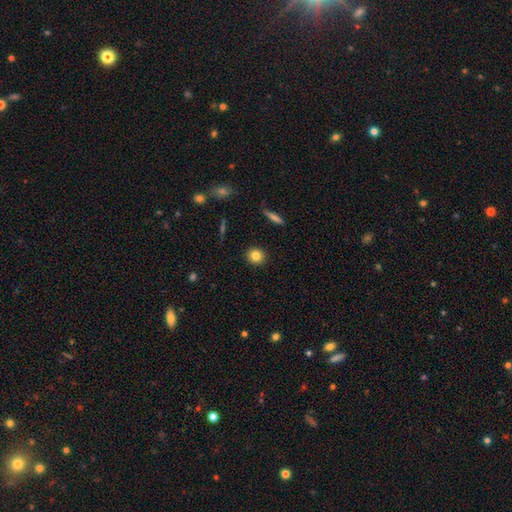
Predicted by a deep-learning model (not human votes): A smooth galaxy with no disk features (82%) that is round (86%).

Vote fractions:
- Smooth or featured? smooth: 82% / star or artifact: 10% / featured or disk: 8%
- How rounded? round: 86% / in between: 13% / cigar-shaped: 2%
- Merging? none: 91% / minor disturbance: 6% / major disturbance: 2% / merger: 1%